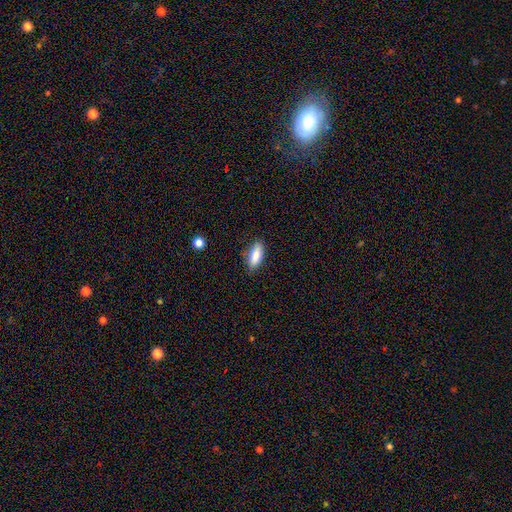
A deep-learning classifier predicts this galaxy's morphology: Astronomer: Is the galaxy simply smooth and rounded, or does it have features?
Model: smooth — 84%.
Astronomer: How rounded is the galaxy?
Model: in between — 73%.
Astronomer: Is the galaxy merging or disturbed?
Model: none — 84%.